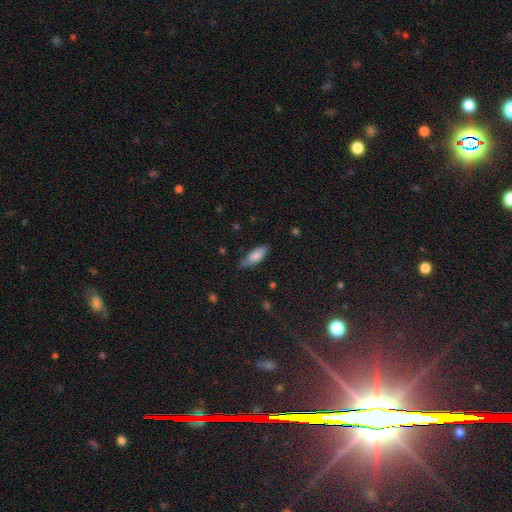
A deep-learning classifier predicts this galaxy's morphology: Smooth or featured? Predicted: smooth (p=0.80). How rounded? Predicted: in between (p=0.64). Merging? Predicted: none (p=0.67).